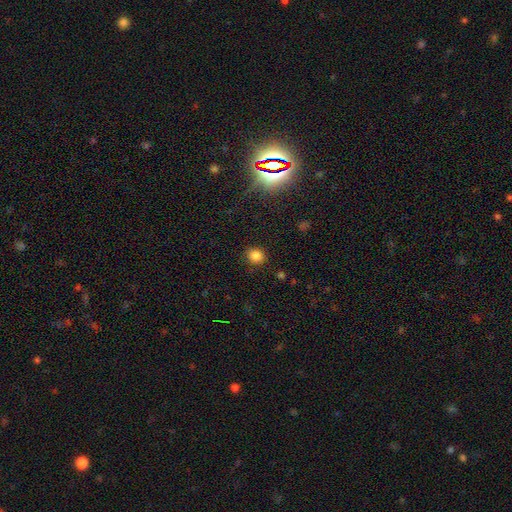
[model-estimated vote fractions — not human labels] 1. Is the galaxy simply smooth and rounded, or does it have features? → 83% smooth, 13% star or artifact, 4% featured or disk.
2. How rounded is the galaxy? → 78% round, 21% in between, 1% cigar-shaped.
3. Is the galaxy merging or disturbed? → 89% none, 7% minor disturbance, 2% major disturbance, 1% merger.